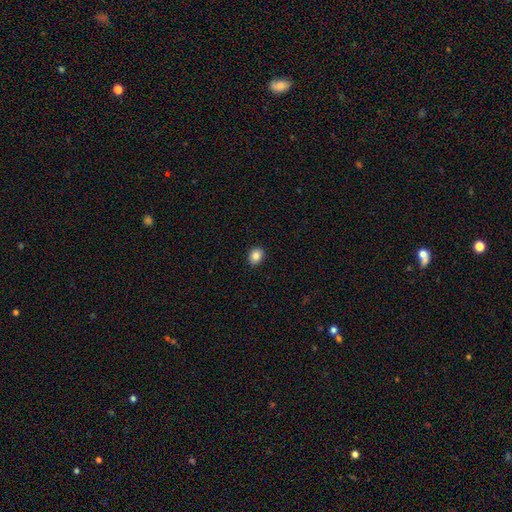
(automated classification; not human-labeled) Overall: smooth (85%). How rounded: in between (50%; round 49%). Merging: none (89%).